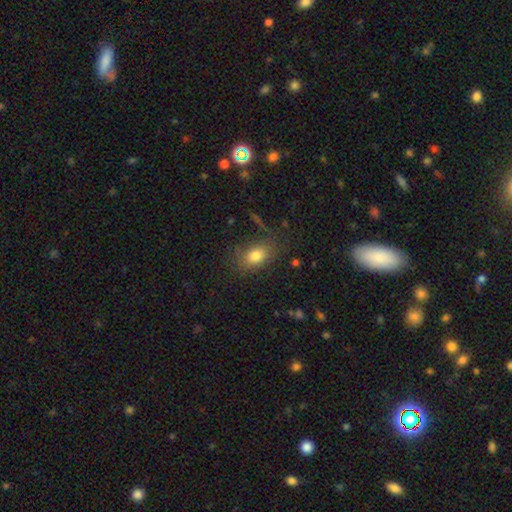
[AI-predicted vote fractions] smooth-or-featured: smooth: 78% | featured or disk: 11% | star or artifact: 11%
  how-rounded: in between: 80% | round: 17% | cigar-shaped: 2%
  merging: none: 75% | minor disturbance: 16% | major disturbance: 7% | merger: 2%